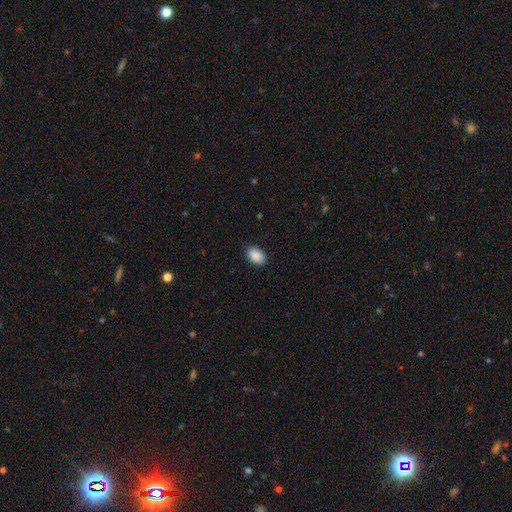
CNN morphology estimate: A smooth galaxy with no disk features (90%) that is in between round and cigar-shaped (87%).

Vote fractions:
- Smooth or featured? smooth: 90% / star or artifact: 7% / featured or disk: 3%
- How rounded? in between: 87% / round: 12% / cigar-shaped: 1%
- Merging? none: 89% / minor disturbance: 8% / major disturbance: 2% / merger: 1%